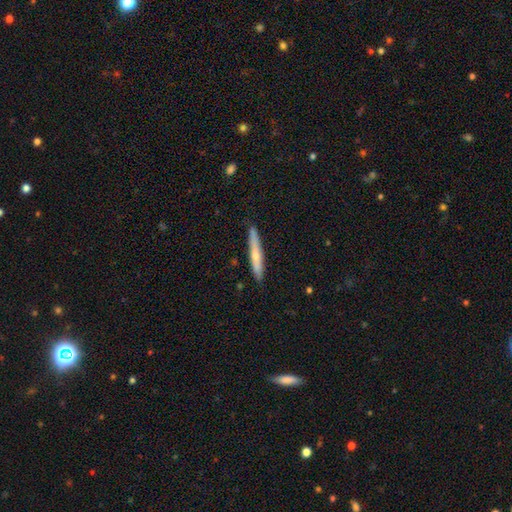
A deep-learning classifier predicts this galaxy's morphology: smooth 57%, featured or disk 38%, star or artifact 6%. Down the decision tree: how rounded — cigar-shaped (94%); merging — none (87%).